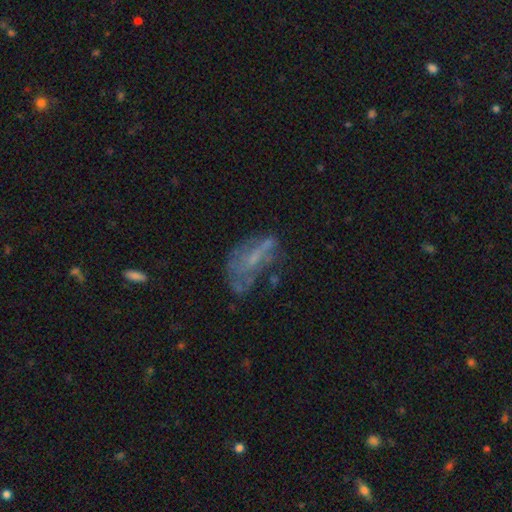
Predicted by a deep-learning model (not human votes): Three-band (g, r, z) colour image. It shows a featured or disk galaxy (54%). Merging: none (38%).